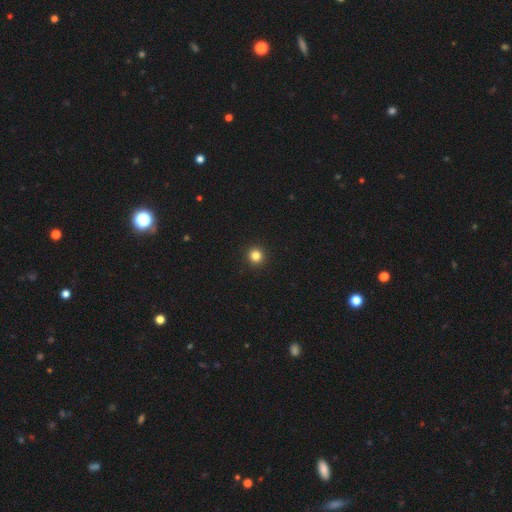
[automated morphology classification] This appears to be a smooth galaxy with no disk features (83%) that is round (95%). Merging: none (94%).